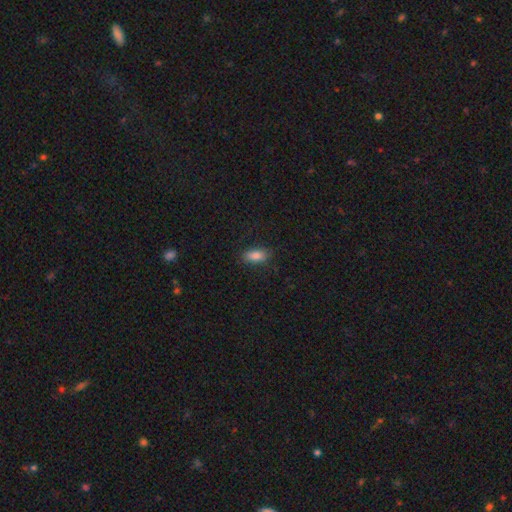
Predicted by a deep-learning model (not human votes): The model was most divided on "merging": none: 85%, minor disturbance: 11%, major disturbance: 3%, merger: 1%. More confident: how rounded — in between (88%); smooth or featured — smooth (85%).